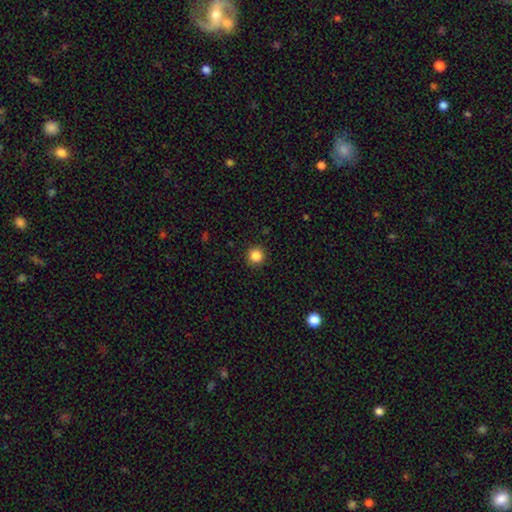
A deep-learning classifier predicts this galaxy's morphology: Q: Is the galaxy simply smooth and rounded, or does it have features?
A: smooth — 86%.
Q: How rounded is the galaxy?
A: round — 95%.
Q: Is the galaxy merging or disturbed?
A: none — 92%.